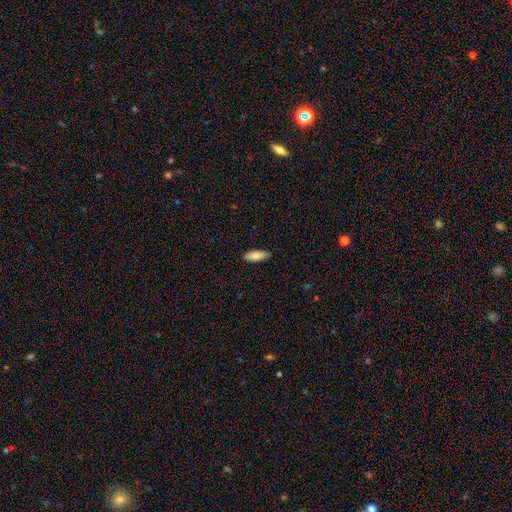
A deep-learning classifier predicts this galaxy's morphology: Smooth or featured? Predicted: smooth (p=0.83). How rounded? Predicted: in between (p=0.64). Merging? Predicted: none (p=0.88).